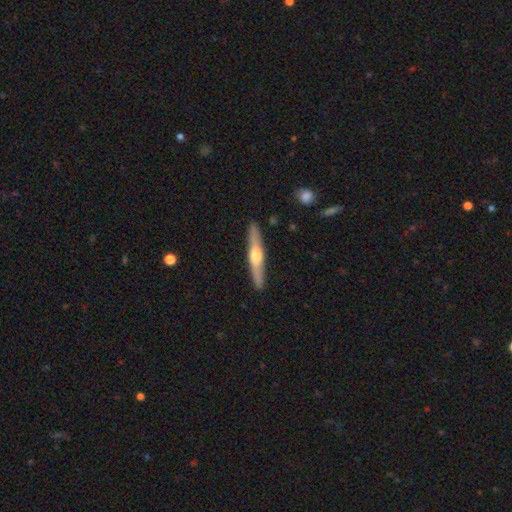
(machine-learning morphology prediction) Smooth or featured: featured or disk — 64% (smooth — 31%)
Edge-on disk: yes — 96% (no — 4%)
Edge-on bulge: rounded — 93% (none — 4%)
Merging: none — 91% (minor disturbance — 7%)